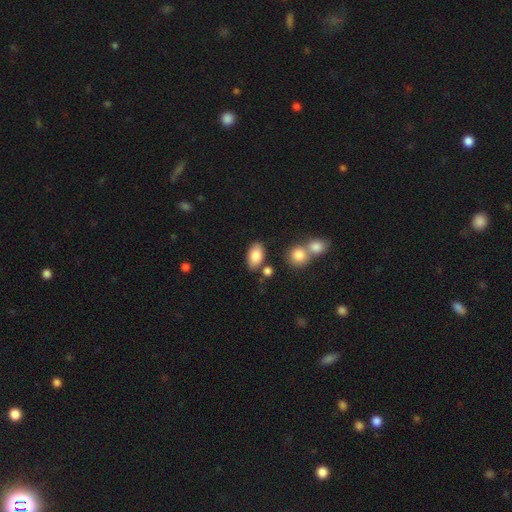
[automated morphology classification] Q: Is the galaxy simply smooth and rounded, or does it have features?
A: smooth — 83%.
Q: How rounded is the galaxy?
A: in between — 92%.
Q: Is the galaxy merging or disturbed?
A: none — 77%.